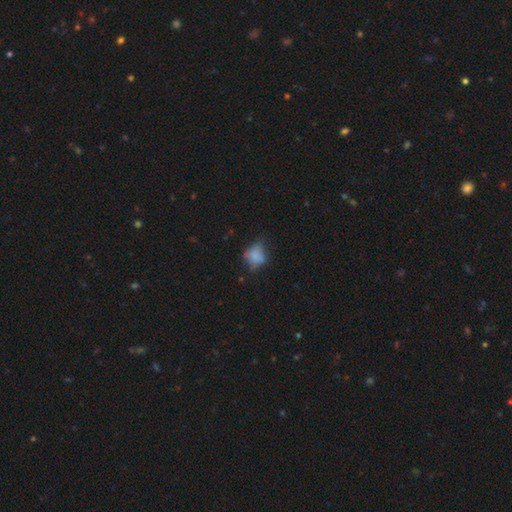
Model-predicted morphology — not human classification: Smooth or featured?
  - smooth: 66% *
  - featured or disk: 20%
  - star or artifact: 13%
How rounded?
  - in between: 58% *
  - round: 40%
  - cigar-shaped: 2%
Merging?
  - none: 40% *
  - minor disturbance: 34%
  - major disturbance: 22%
  - merger: 4%